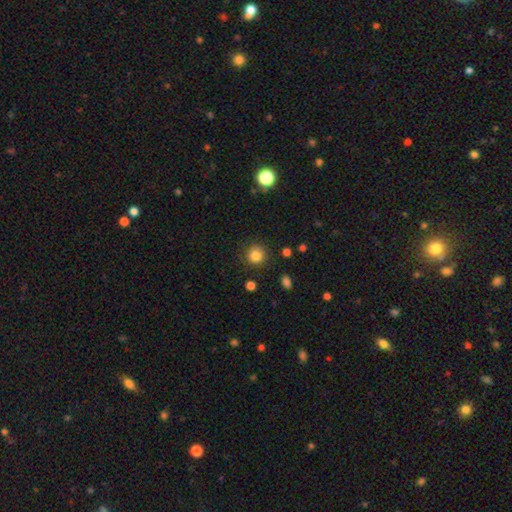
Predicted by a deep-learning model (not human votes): A smooth galaxy with no disk features (84%) that is round (92%).

Vote fractions:
- Smooth or featured? smooth: 84% / star or artifact: 11% / featured or disk: 5%
- How rounded? round: 92% / in between: 7% / cigar-shaped: 1%
- Merging? none: 85% / minor disturbance: 10% / major disturbance: 3% / merger: 2%